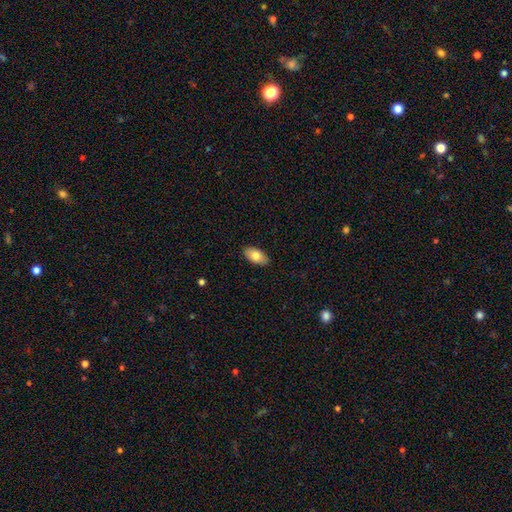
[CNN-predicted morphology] The model was most divided on "smooth or featured": smooth: 79%, featured or disk: 15%, star or artifact: 6%. More confident: how rounded — in between (94%); merging — none (90%).